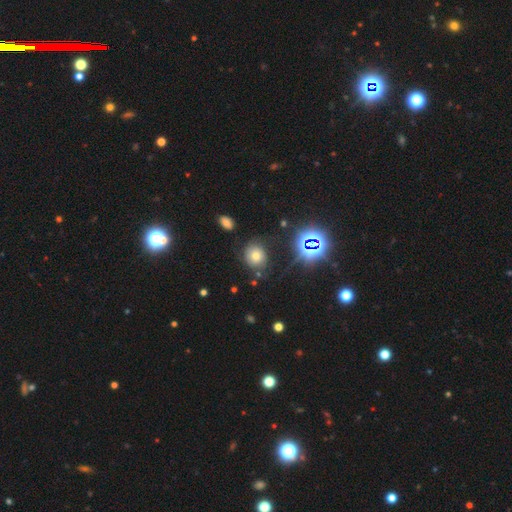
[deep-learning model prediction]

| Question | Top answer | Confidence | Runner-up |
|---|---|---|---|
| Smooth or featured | smooth | 61% | star or artifact (25%) |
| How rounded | round | 75% | in between (24%) |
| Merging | none | 75% | minor disturbance (16%) |